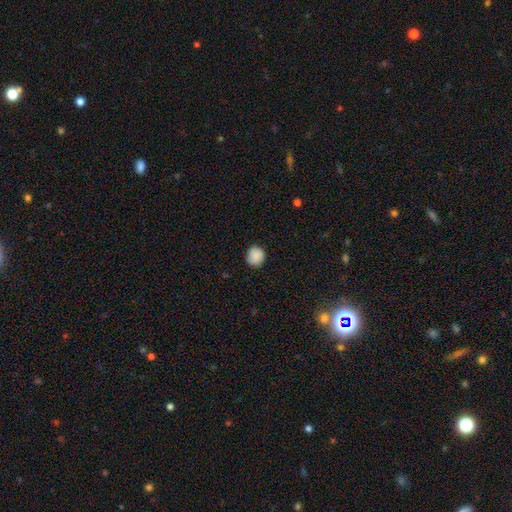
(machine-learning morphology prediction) type=smooth (88%); roundness=round (87%); merging=none (86%).